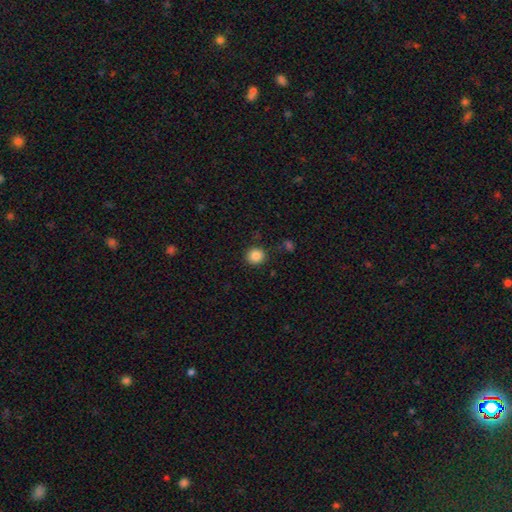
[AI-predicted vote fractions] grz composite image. It shows a smooth galaxy with no disk features (86%) that is round (89%). Merging: none (87%).